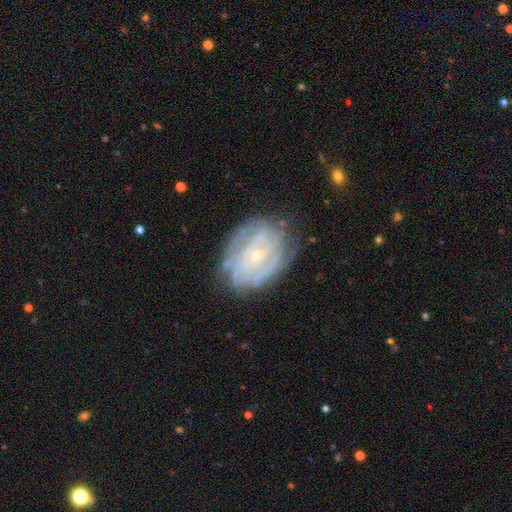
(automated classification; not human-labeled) A featured or disk galaxy (80%) with no bar (60%), tight (72%) spiral arms (87%) and a small central bulge (77%). Merging: none (71%).